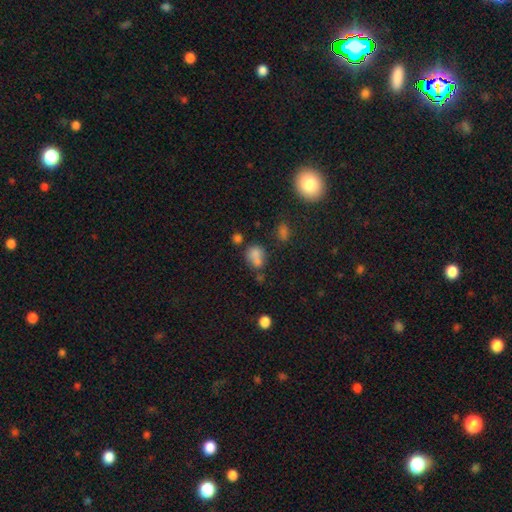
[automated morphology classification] This is likely a smooth galaxy (74%). How rounded: possibly in between (57%). Merging: marginally none (40%).